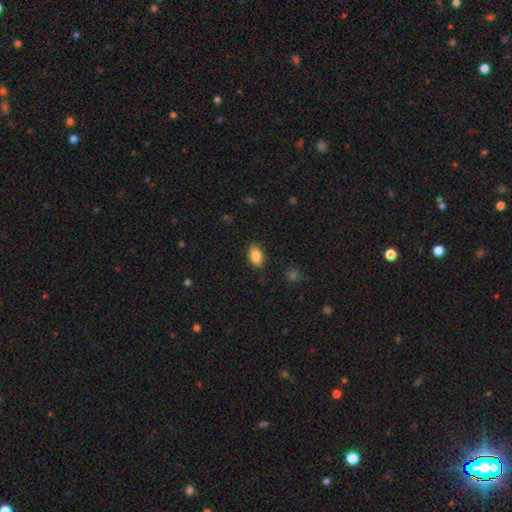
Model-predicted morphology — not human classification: Smooth or featured?
  - smooth: 87% *
  - star or artifact: 8%
  - featured or disk: 6%
How rounded?
  - in between: 92% *
  - round: 6%
  - cigar-shaped: 3%
Merging?
  - none: 87% *
  - minor disturbance: 10%
  - major disturbance: 2%
  - merger: 1%